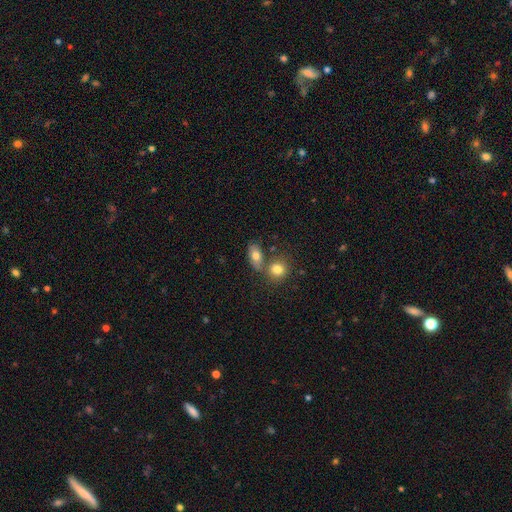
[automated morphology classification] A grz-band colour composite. It shows a smooth galaxy with no disk features (77%) that is in between round and cigar-shaped (81%). Merging: none (54%).